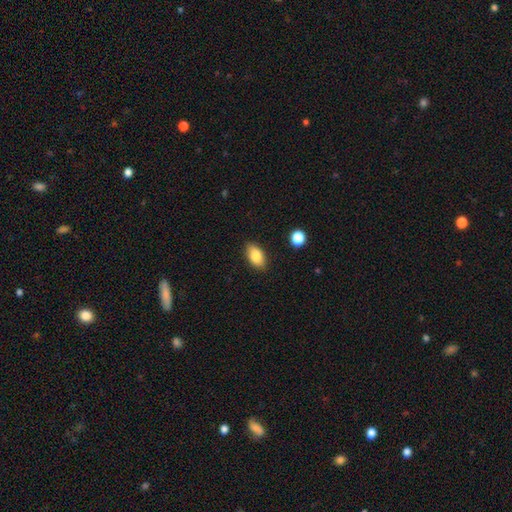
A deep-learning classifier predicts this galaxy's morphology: Smooth or featured? Predicted: smooth (p=0.85). How rounded? Predicted: in between (p=0.92). Merging? Predicted: none (p=0.87).